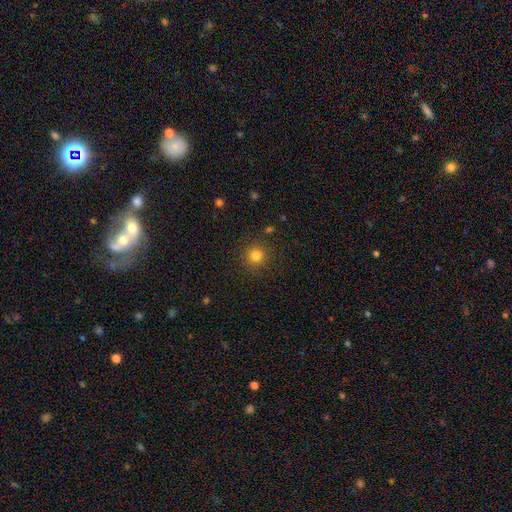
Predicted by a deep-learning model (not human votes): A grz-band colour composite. It shows a smooth galaxy with no disk features (80%) that is round (94%). Merging: none (88%).